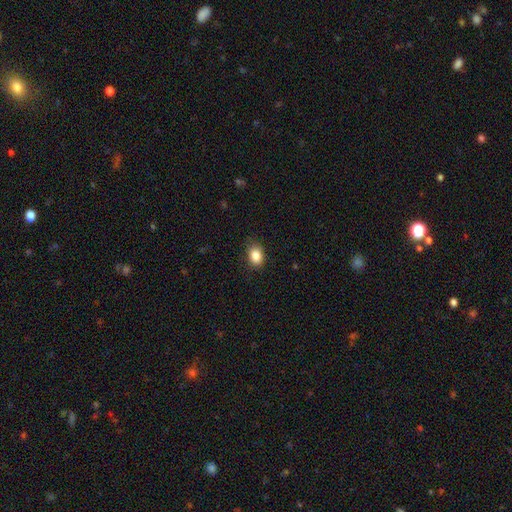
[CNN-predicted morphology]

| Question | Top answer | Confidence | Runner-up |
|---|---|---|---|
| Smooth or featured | smooth | 87% | star or artifact (9%) |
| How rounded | in between | 73% | round (26%) |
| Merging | none | 83% | minor disturbance (14%) |